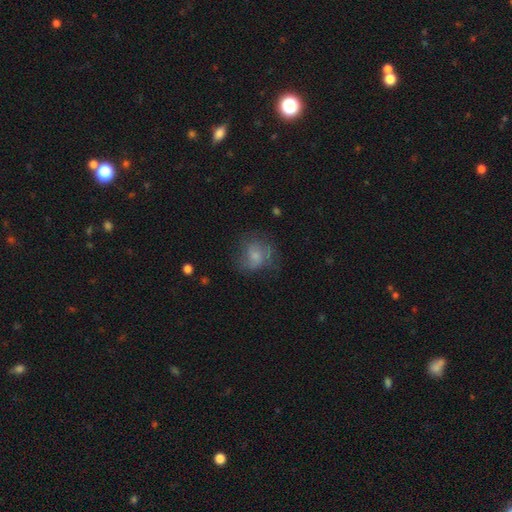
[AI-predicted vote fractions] A smooth galaxy with no disk features (57%) that is round (68%). Merging: none (53%).